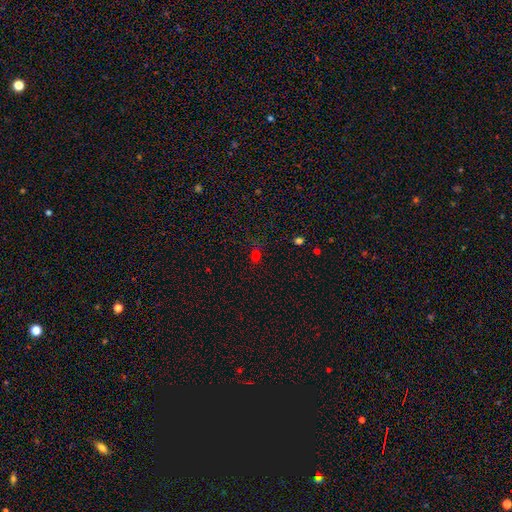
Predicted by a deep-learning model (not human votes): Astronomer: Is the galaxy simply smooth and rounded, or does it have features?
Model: smooth — 62%.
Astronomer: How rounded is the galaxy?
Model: round — 61%.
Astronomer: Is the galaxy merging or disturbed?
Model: none — 72%.